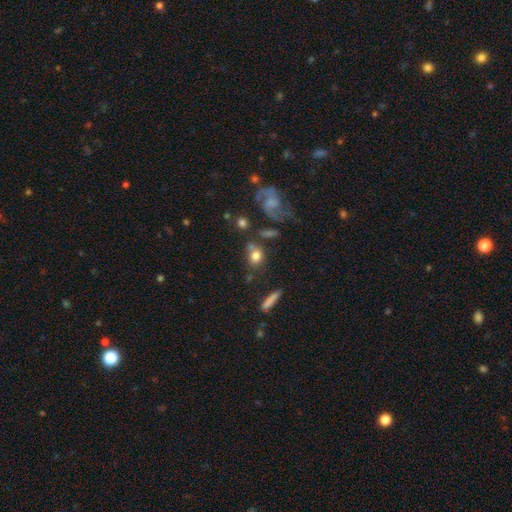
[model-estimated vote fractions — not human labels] smooth_or_featured: smooth (p=0.75) [alt: featured or disk p=0.15]
how_rounded: round (p=0.49) [alt: in between p=0.47]
merging: none (p=0.56) [alt: minor disturbance p=0.19]